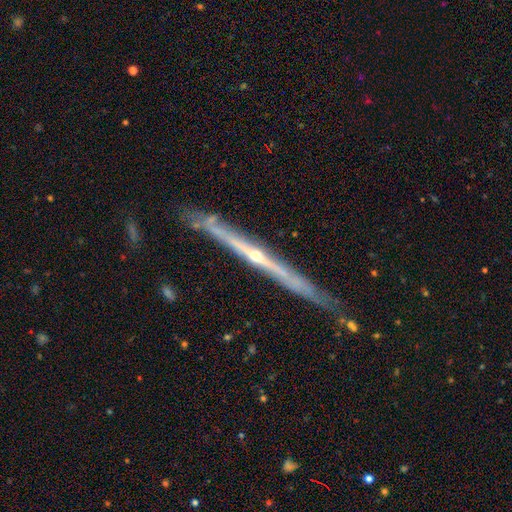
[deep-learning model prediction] A featured or disk galaxy (82%) viewed edge-on (97%) with a rounded central bulge (60%). Merging: none (79%).